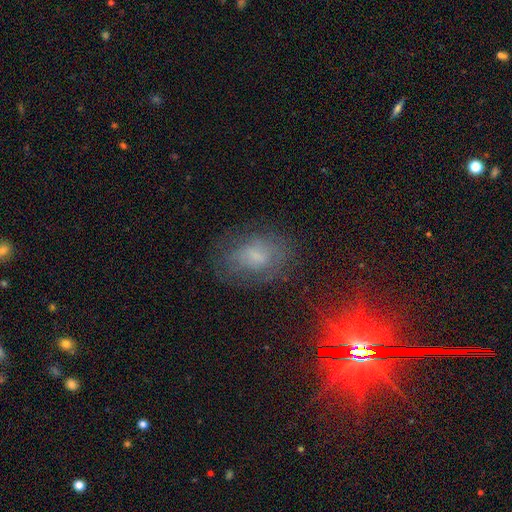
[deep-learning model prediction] Smooth or featured?
  - smooth: 49% *
  - featured or disk: 32%
  - star or artifact: 19%
Merging?
  - none: 67% *
  - minor disturbance: 19%
  - major disturbance: 12%
  - merger: 2%